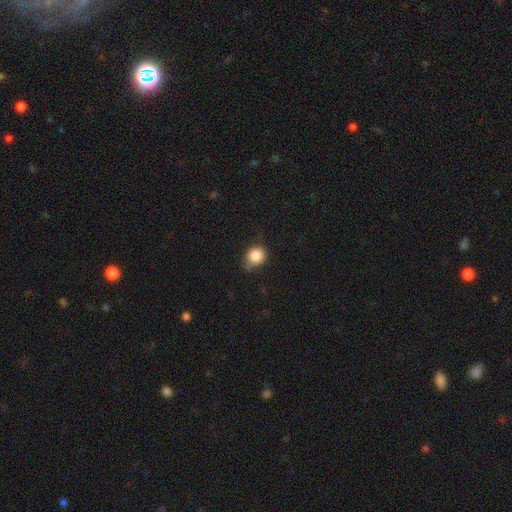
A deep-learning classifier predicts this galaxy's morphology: Overall: smooth (85%). How rounded: round (73%). Merging: none (58%; minor disturbance 33%).